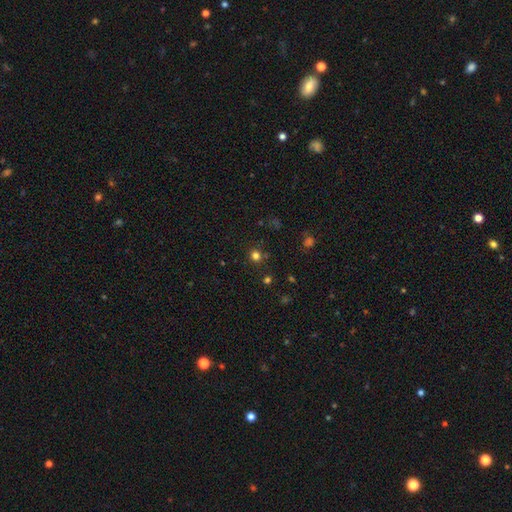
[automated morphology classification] Q: Smooth or featured?
A: smooth (72%); runner-up: star or artifact (23%)
Q: How rounded?
A: round (92%); runner-up: in between (7%)
Q: Merging?
A: none (85%); runner-up: minor disturbance (8%)